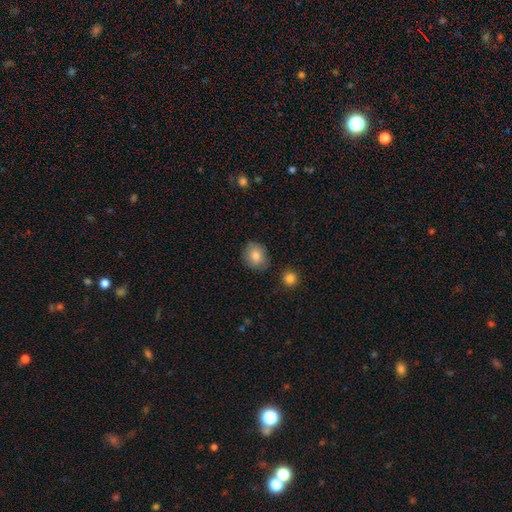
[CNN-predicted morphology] smooth_or_featured: smooth (p=0.83) [alt: featured or disk p=0.09]
how_rounded: round (p=0.66) [alt: in between p=0.33]
merging: none (p=0.82) [alt: minor disturbance p=0.13]